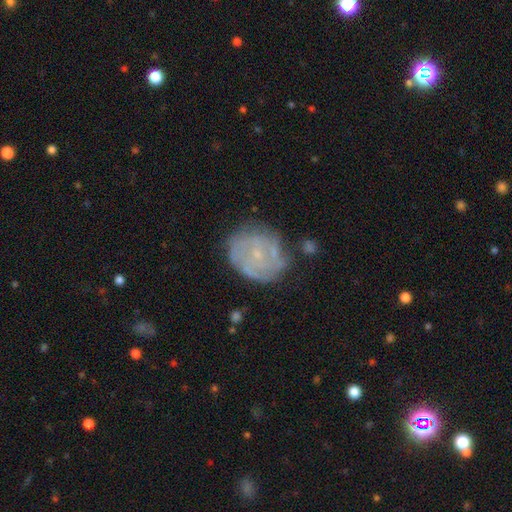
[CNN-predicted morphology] Smooth or featured: featured or disk — 68% (smooth — 23%)
Edge-on disk: no — 98% (yes — 2%)
Bar: no — 76% (weak — 20%)
Spiral arms: yes — 74% (no — 26%)
Bulge size: small — 80% (moderate — 13%)
Merging: none — 66% (minor disturbance — 21%)